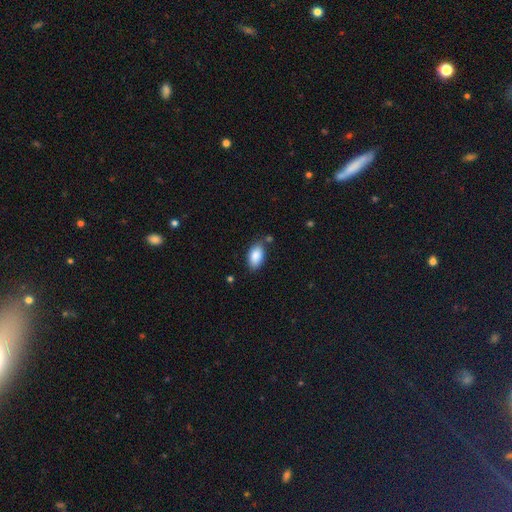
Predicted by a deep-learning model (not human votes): Overall: smooth (87%). How rounded: in between (94%). Merging: none (75%).